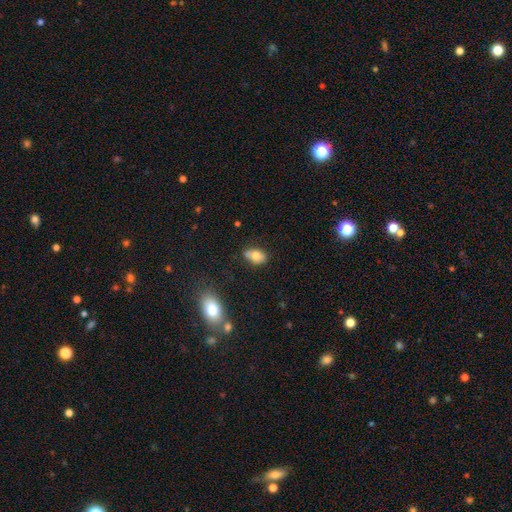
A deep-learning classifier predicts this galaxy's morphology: This is likely a smooth galaxy (75%). How rounded: clearly in between (82%). Merging: possibly none (57%).